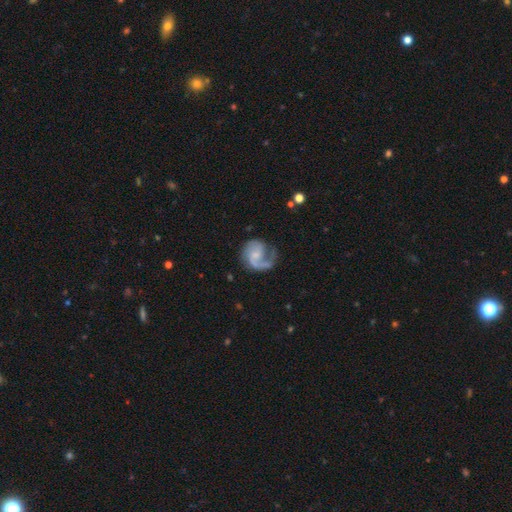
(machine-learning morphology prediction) A featured or disk galaxy (80%) with no bar (55%), 1 (49%) medium (45%) spiral arms (95%) and a small central bulge (51%).

Vote fractions:
- Smooth or featured? featured or disk: 80% / smooth: 14% / star or artifact: 5%
- Edge-on disk? no: 98% / yes: 2%
- Bar? no: 55% / weak: 39% / strong: 6%
- Spiral arms? yes: 95% / no: 5%
- Spiral winding? medium: 45% / loose: 36% / tight: 19%
- Spiral arm count? 1: 49% / 2: 44% / can't tell: 4% / 3: 2% / 4: 1% / more than 4: 1%
- Bulge size? small: 51% / none: 26% / moderate: 20% / large: 2% / dominant: 1%
- Merging? none: 52% / major disturbance: 26% / minor disturbance: 20% / merger: 3%